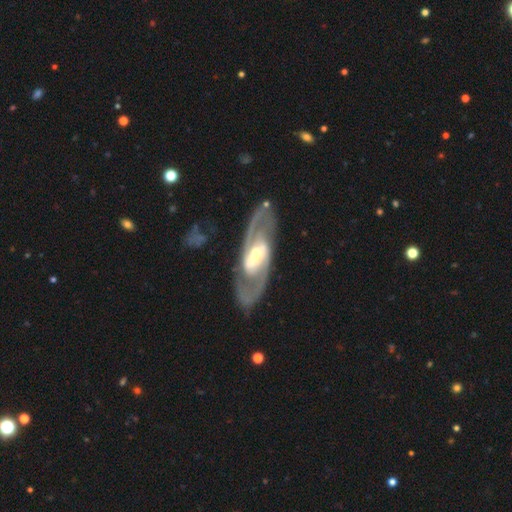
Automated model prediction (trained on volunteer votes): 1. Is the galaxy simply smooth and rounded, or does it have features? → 88% featured or disk, 7% smooth, 5% star or artifact.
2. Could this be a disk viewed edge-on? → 92% no, 8% yes.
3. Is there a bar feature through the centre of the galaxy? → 57% strong, 31% weak, 12% no.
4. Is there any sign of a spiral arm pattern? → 94% yes, 6% no.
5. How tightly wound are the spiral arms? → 53% medium, 27% tight, 20% loose.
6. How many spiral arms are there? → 91% 2, 4% can't tell, 2% 1, 2% 3, 1% 4, 1% more than 4.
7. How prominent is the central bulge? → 44% moderate, 39% small, 12% large, 3% none, 2% dominant.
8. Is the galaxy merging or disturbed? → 78% none, 12% minor disturbance, 7% major disturbance, 3% merger.